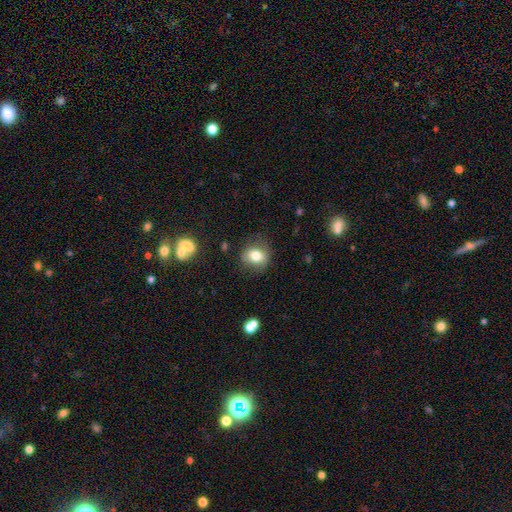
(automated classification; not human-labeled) Smooth or featured? smooth (76%)
How rounded? round (50%)
Merging? none (75%)